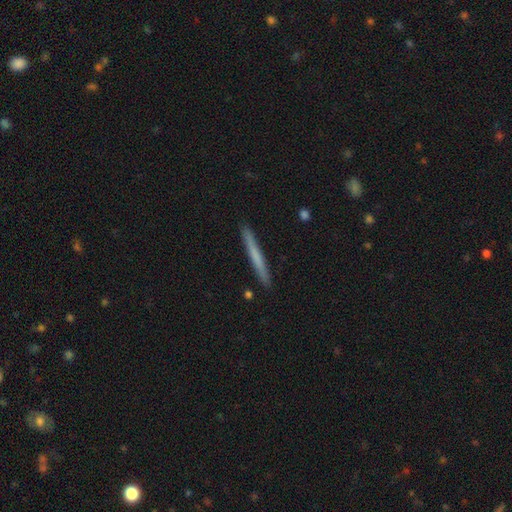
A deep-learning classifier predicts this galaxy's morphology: A smooth galaxy with no disk features (59%) that is cigar-shaped (97%).

Vote fractions:
- Smooth or featured? smooth: 59% / featured or disk: 35% / star or artifact: 6%
- How rounded? cigar-shaped: 97% / in between: 2% / round: 1%
- Merging? none: 92% / minor disturbance: 6% / major disturbance: 1% / merger: 1%